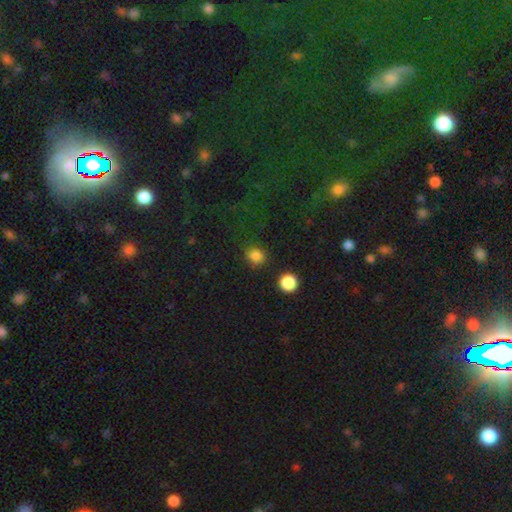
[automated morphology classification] smooth 83%, star or artifact 14%, featured or disk 3%. Down the decision tree: how rounded — round (83%); merging — none (84%).